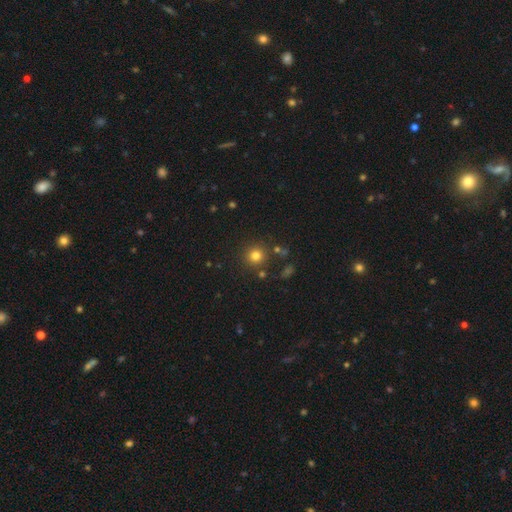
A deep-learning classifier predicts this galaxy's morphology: A smooth galaxy with no disk features (78%) that is round (93%). Merging: none (85%).